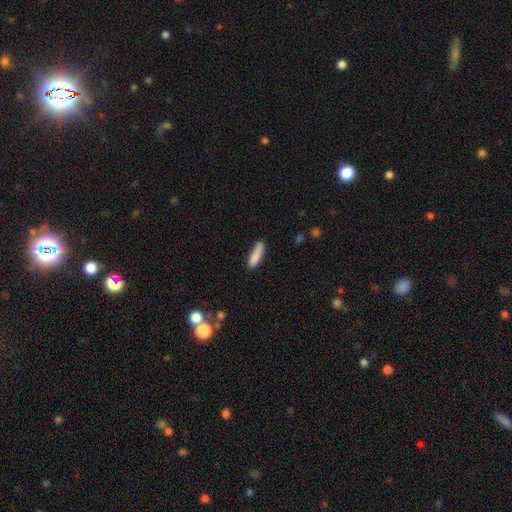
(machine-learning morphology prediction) A smooth galaxy with no disk features (86%) that is cigar-shaped (64%).

Vote fractions:
- Smooth or featured? smooth: 86% / featured or disk: 7% / star or artifact: 7%
- How rounded? cigar-shaped: 64% / in between: 34% / round: 2%
- Merging? none: 73% / minor disturbance: 19% / major disturbance: 4% / merger: 4%